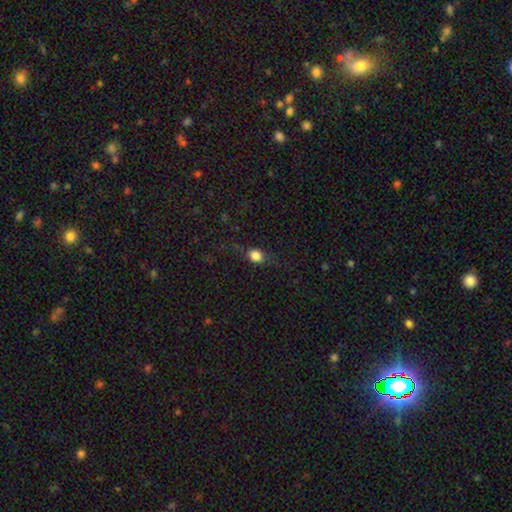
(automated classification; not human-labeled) Overall: smooth (77%). How rounded: round (64%; in between 33%). Merging: none (74%).